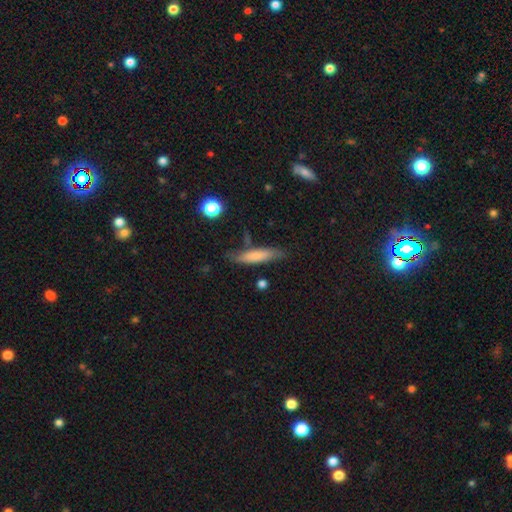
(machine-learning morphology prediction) This appears to be a smooth galaxy with no disk features (74%) that is cigar-shaped (78%). Merging: none (73%).